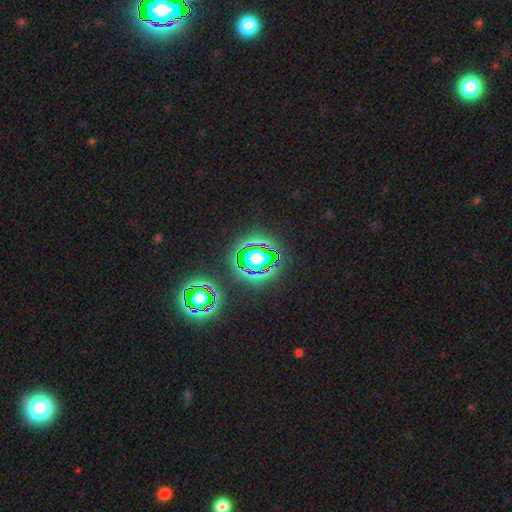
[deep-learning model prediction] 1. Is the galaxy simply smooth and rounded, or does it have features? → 76% star or artifact, 15% smooth, 9% featured or disk.